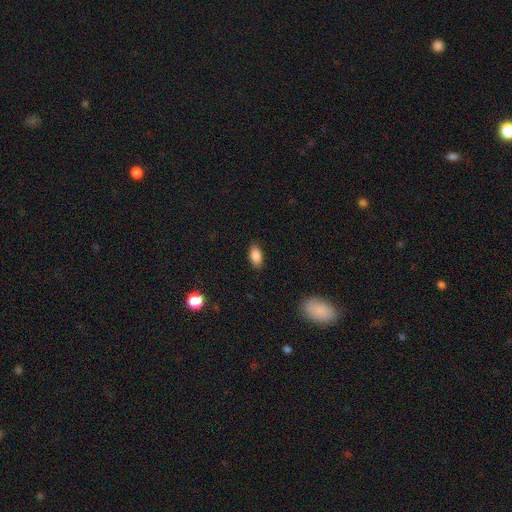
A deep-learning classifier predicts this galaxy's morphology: This is clearly a smooth galaxy (86%). How rounded: clearly in between (90%). Merging: clearly none (86%).